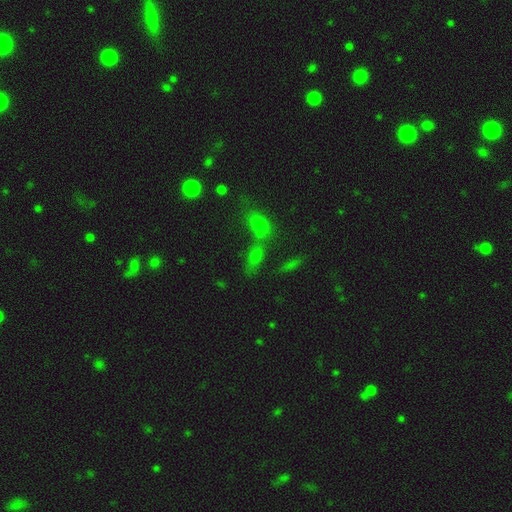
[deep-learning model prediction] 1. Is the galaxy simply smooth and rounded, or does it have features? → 60% smooth, 23% star or artifact, 16% featured or disk.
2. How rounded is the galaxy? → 67% in between, 18% cigar-shaped, 15% round.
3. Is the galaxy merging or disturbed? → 42% none, 41% merger, 10% minor disturbance, 6% major disturbance.